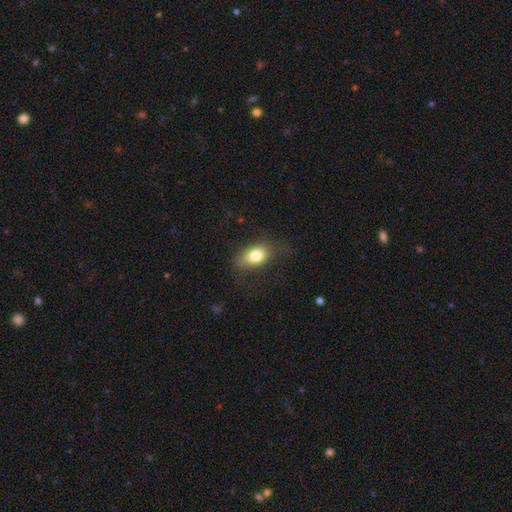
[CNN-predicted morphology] smooth_or_featured: smooth (p=0.79) [alt: featured or disk p=0.12]
how_rounded: in between (p=0.84) [alt: round p=0.14]
merging: none (p=0.72) [alt: minor disturbance p=0.18]